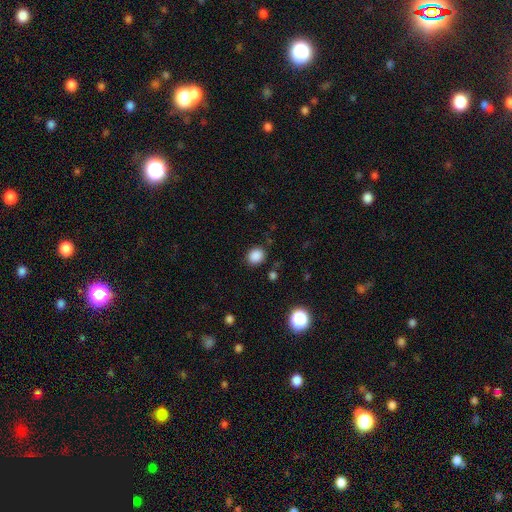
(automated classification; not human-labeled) Morphology: type=smooth (86%); roundness=round (71%); merging=none (86%).